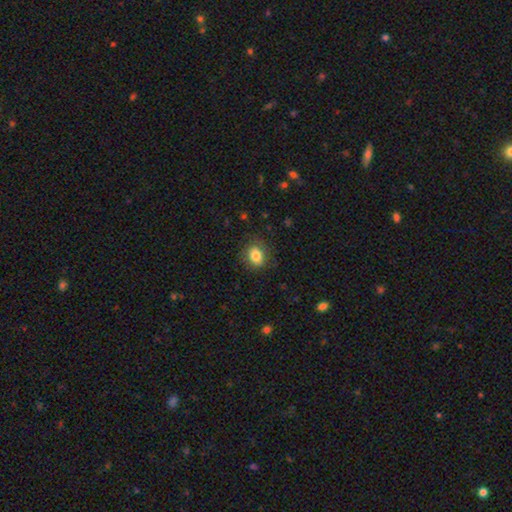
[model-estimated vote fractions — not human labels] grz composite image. It shows a smooth galaxy with no disk features (84%) that is in between round and cigar-shaped (59%). Merging: none (83%).